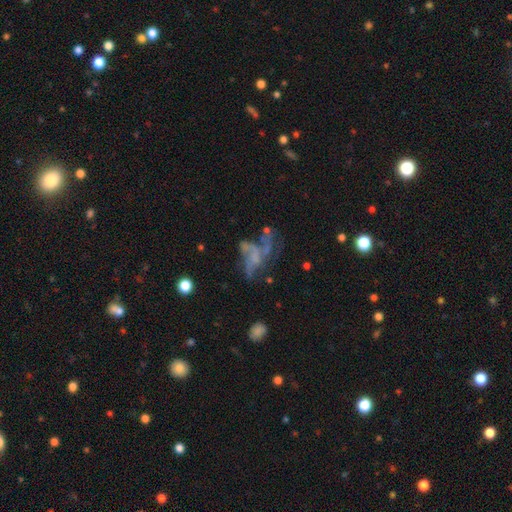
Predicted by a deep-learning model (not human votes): This appears to be a featured or disk galaxy (64%) with no bar (74%), spiral arms (59%) and no central bulge (68%). Merging: major disturbance (40%).